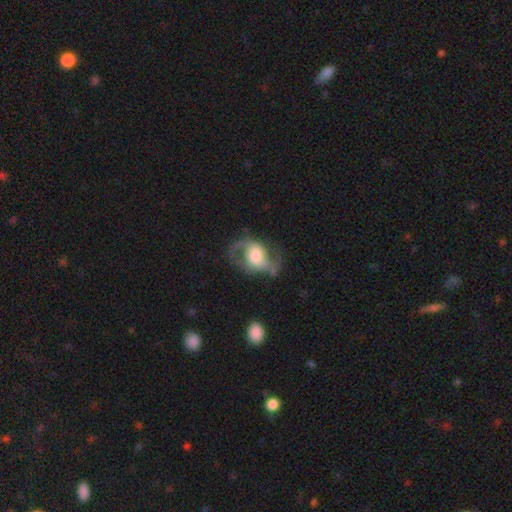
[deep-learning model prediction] This is likely a featured or disk galaxy (71%). It is clearly not viewed edge-on (96%). Bar: possibly no (52%). Spiral arm pattern: clearly yes (84%). Spiral arm count: clearly 2 (87%). Spiral winding: possibly loose (47%). Central bulge: possibly moderate (47%). Merging: possibly none (58%).